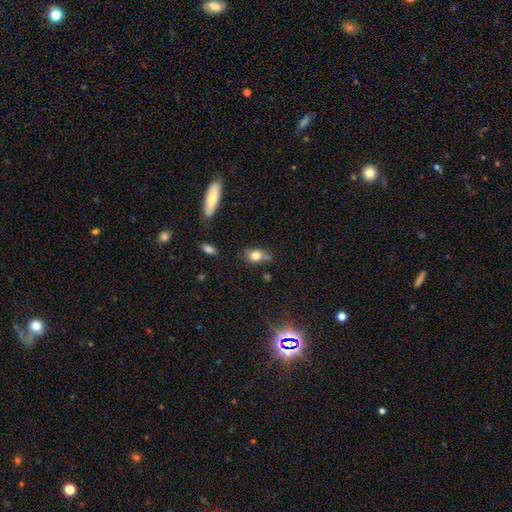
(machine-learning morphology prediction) This appears to be a smooth galaxy with no disk features (75%) that is in between round and cigar-shaped (68%). Merging: none (55%).